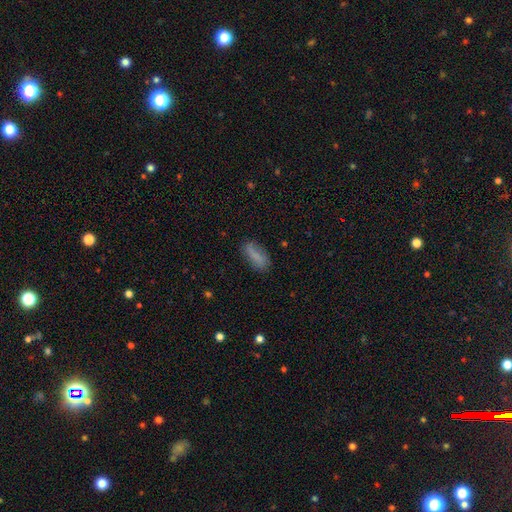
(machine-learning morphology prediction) A smooth galaxy with no disk features (78%) that is in between round and cigar-shaped (75%).

Vote fractions:
- Smooth or featured? smooth: 78% / featured or disk: 13% / star or artifact: 9%
- How rounded? in between: 75% / cigar-shaped: 22% / round: 3%
- Merging? none: 70% / minor disturbance: 21% / major disturbance: 6% / merger: 3%